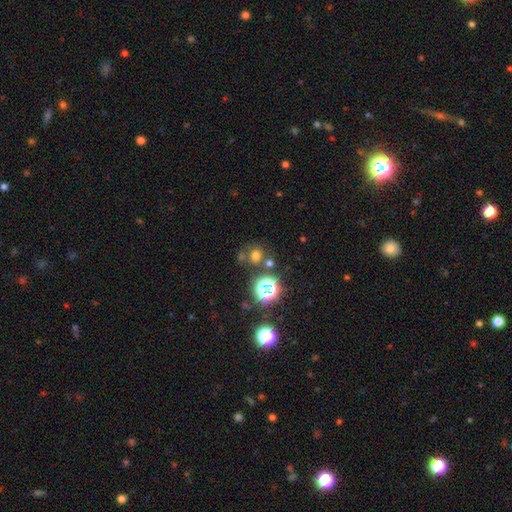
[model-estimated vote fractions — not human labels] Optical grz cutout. It shows a smooth galaxy with no disk features (60%) that is round (80%). Merging: none (69%).